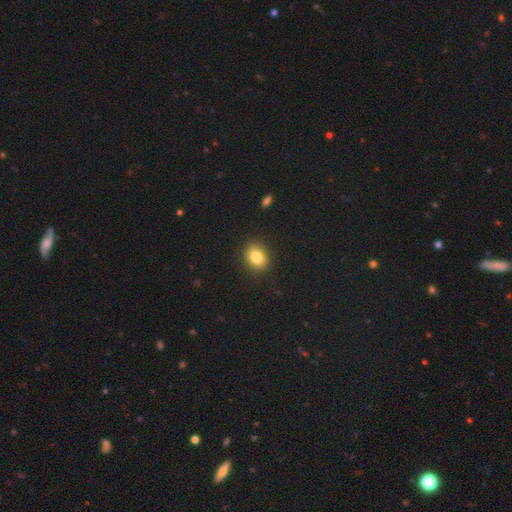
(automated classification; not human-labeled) Smooth or featured?
  - smooth: 82% *
  - star or artifact: 10%
  - featured or disk: 8%
How rounded?
  - in between: 53% *
  - round: 46%
  - cigar-shaped: 1%
Merging?
  - none: 89% *
  - minor disturbance: 7%
  - major disturbance: 2%
  - merger: 1%